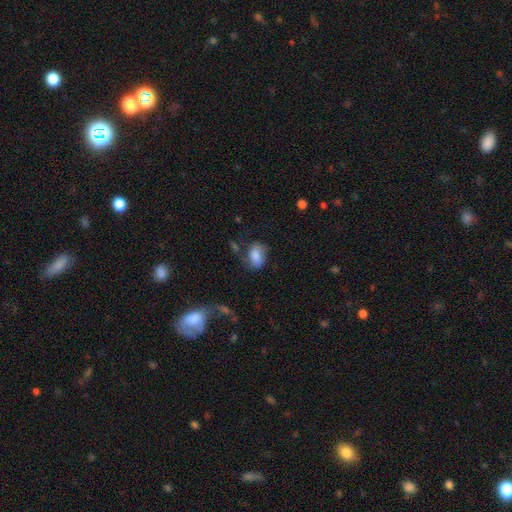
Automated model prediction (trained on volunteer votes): Smooth or featured: smooth — 76% (featured or disk — 16%)
How rounded: in between — 85% (round — 14%)
Merging: none — 53% (minor disturbance — 27%)